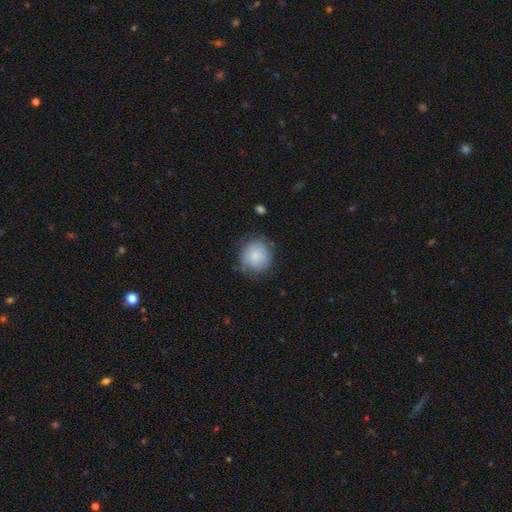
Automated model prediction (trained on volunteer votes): smooth 83%, featured or disk 9%, star or artifact 7%. Down the decision tree: how rounded — round (87%); merging — none (72%).